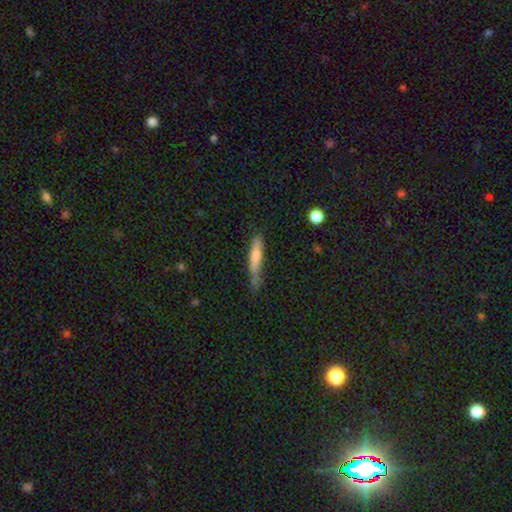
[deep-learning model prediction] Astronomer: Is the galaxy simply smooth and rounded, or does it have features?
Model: smooth — 52% (runner-up: featured or disk, 38%).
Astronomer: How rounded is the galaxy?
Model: cigar-shaped — 91%.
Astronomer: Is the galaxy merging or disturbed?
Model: none — 68%.